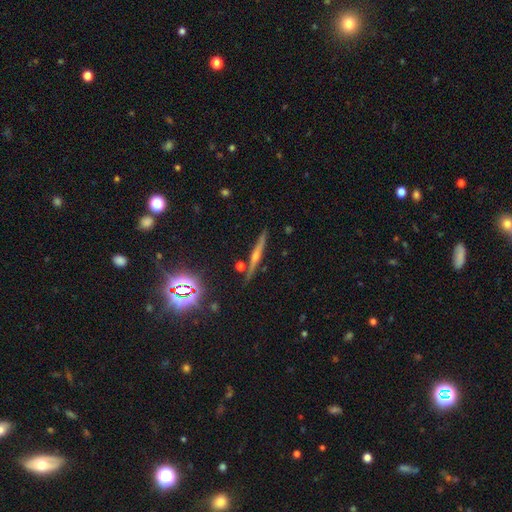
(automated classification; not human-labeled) featured or disk 65%, smooth 19%, star or artifact 16%. Down the decision tree: edge-on disk — yes (97%); edge-on bulge — rounded (81%); merging — none (87%).